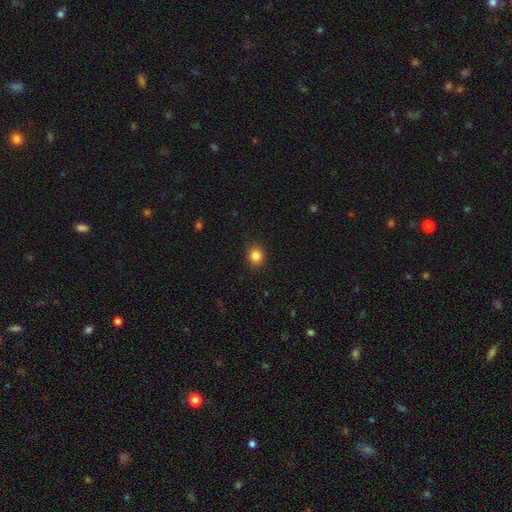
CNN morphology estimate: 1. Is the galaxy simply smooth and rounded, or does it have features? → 86% smooth, 11% star or artifact, 4% featured or disk.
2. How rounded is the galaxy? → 79% round, 20% in between, 1% cigar-shaped.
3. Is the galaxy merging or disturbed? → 91% none, 6% minor disturbance, 2% major disturbance, 1% merger.